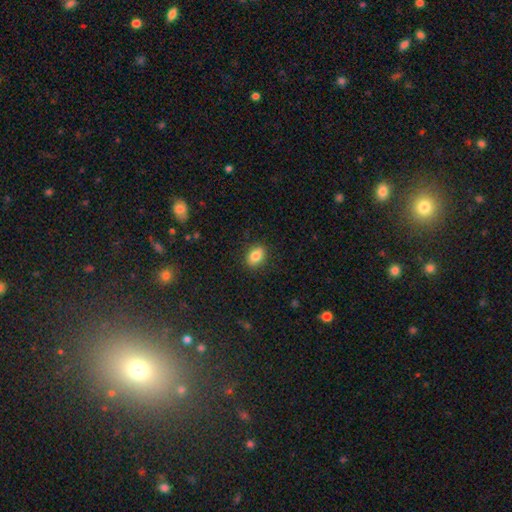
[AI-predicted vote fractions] This is clearly a smooth galaxy (84%). How rounded: likely in between (76%). Merging: clearly none (88%).